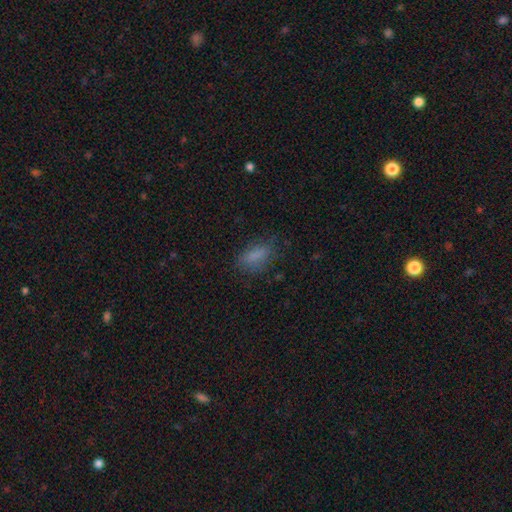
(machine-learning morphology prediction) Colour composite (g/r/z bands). It shows a smooth galaxy with no disk features (78%) that is in between round and cigar-shaped (75%). Merging: none (69%).